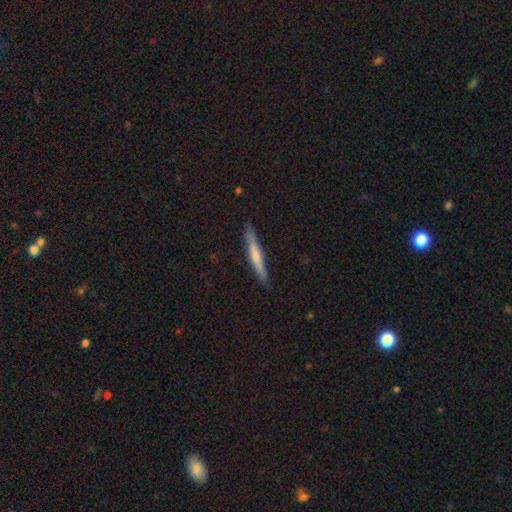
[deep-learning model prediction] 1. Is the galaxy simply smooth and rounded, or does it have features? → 53% smooth, 41% featured or disk, 6% star or artifact.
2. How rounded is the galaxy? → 95% cigar-shaped, 4% in between, 1% round.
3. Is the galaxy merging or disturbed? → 89% none, 9% minor disturbance, 2% major disturbance, 1% merger.